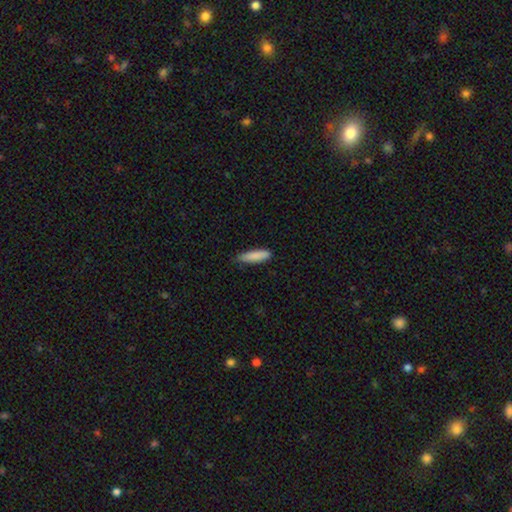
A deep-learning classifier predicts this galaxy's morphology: This is clearly a smooth galaxy (87%). How rounded: likely cigar-shaped (69%). Merging: likely none (75%).